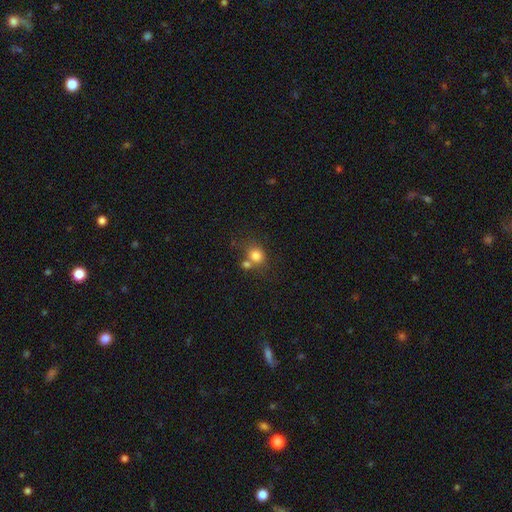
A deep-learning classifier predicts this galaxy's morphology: Smooth or featured: smooth — 79% (star or artifact — 12%)
How rounded: round — 77% (in between — 22%)
Merging: none — 54% (merger — 31%)